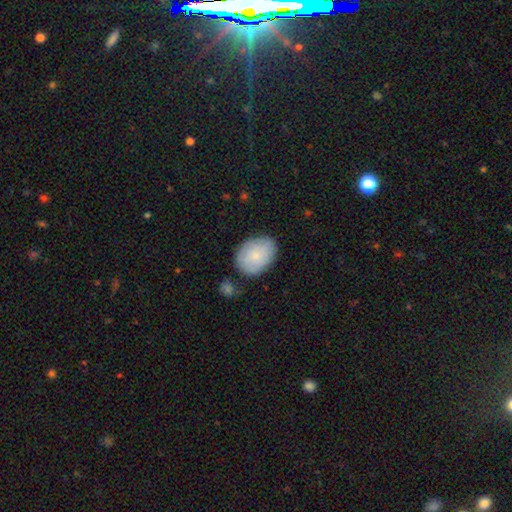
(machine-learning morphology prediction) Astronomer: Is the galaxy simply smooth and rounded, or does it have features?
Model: smooth — 80%.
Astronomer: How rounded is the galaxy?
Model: in between — 77%.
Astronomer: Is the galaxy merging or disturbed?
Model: none — 72%.